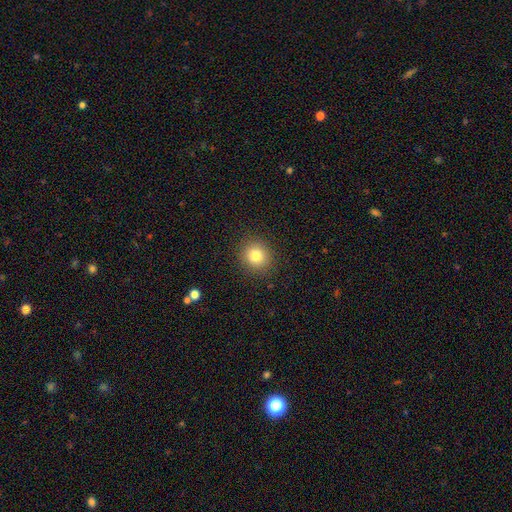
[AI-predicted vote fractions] Q: Smooth or featured?
A: smooth (80%); runner-up: star or artifact (12%)
Q: How rounded?
A: round (88%); runner-up: in between (11%)
Q: Merging?
A: none (89%); runner-up: minor disturbance (7%)